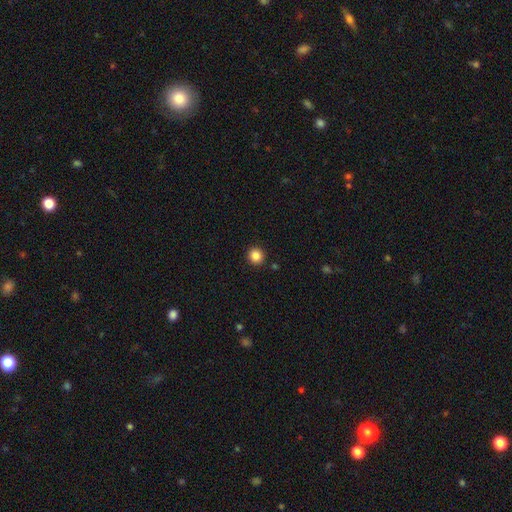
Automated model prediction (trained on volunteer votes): smooth_or_featured: smooth (p=0.86) [alt: star or artifact p=0.11]
how_rounded: round (p=0.94) [alt: in between p=0.05]
merging: none (p=0.92) [alt: minor disturbance p=0.05]